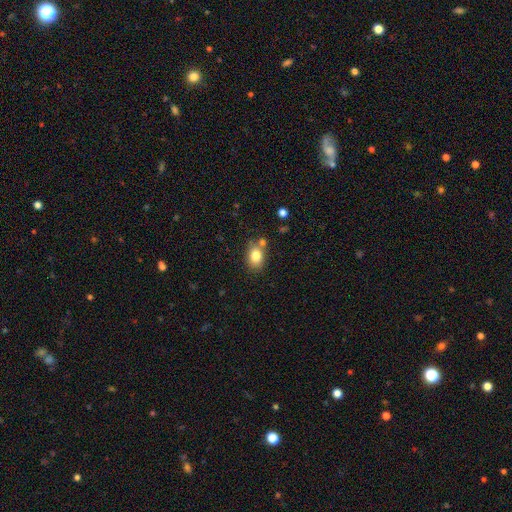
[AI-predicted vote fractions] smooth-or-featured: smooth: 81% | star or artifact: 10% | featured or disk: 9%
  how-rounded: in between: 69% | round: 30% | cigar-shaped: 1%
  merging: none: 67% | minor disturbance: 15% | merger: 14% | major disturbance: 4%